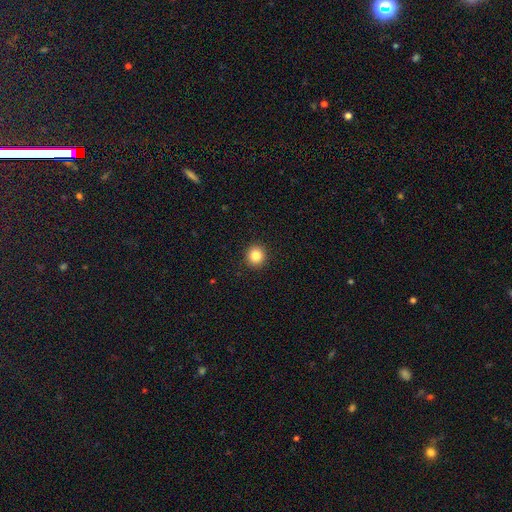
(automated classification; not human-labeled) Smooth or featured? smooth (84%)
How rounded? round (92%)
Merging? none (93%)